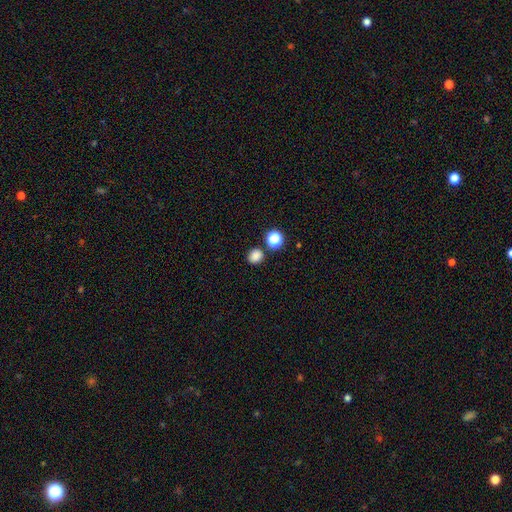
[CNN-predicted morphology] This is clearly a smooth galaxy (82%). How rounded: likely round (74%). Merging: clearly none (81%).